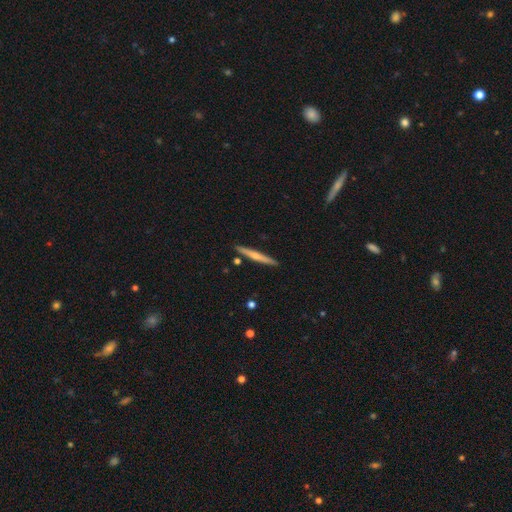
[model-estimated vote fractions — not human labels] Smooth or featured?
  - featured or disk: 51% *
  - smooth: 44%
  - star or artifact: 5%
Edge-on disk?
  - yes: 97% *
  - no: 3%
Merging?
  - none: 89% *
  - minor disturbance: 7%
  - merger: 2%
  - major disturbance: 1%